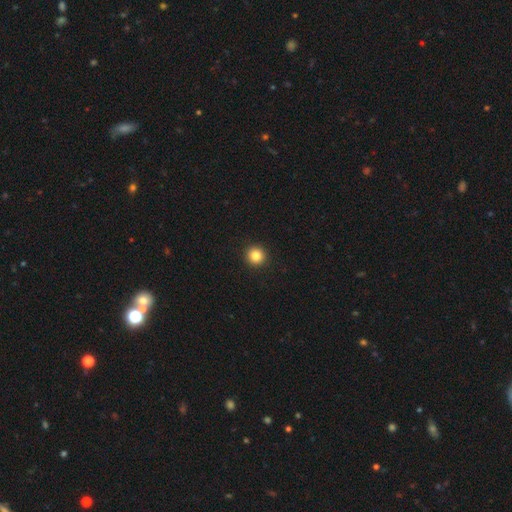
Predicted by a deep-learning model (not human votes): Smooth or featured? smooth (84%)
How rounded? round (95%)
Merging? none (94%)